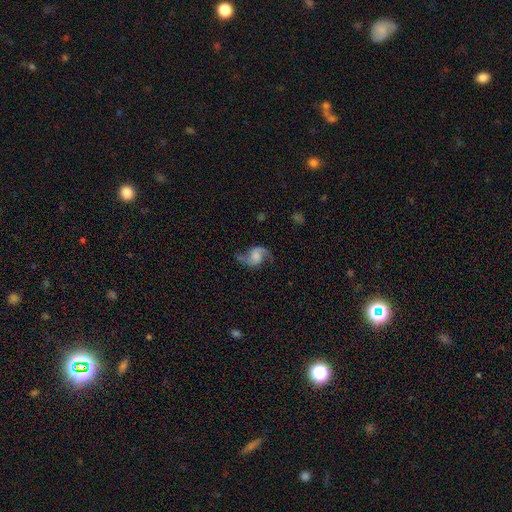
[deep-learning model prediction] Smooth or featured? Predicted: featured or disk (p=0.84). Edge-on disk? Predicted: no (p=0.98). Bar? Predicted: no (p=0.59). Spiral arms? Predicted: yes (p=0.96). Spiral winding? Predicted: loose (p=0.69). Spiral arm count? Predicted: 2 (p=0.93). Bulge size? Predicted: none (p=0.36). Merging? Predicted: none (p=0.73).